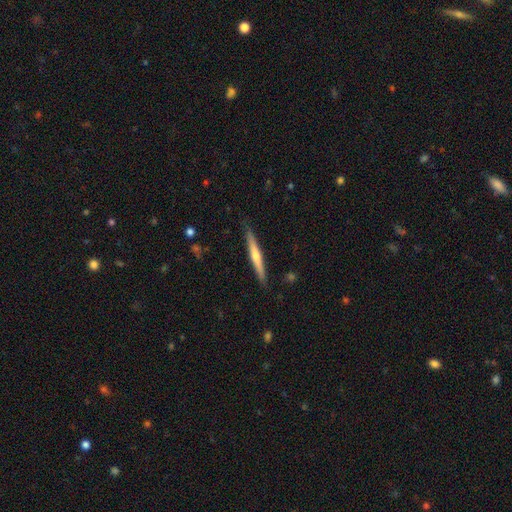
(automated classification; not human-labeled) A featured or disk galaxy (53%) viewed edge-on (97%) with a rounded central bulge (71%). Merging: none (88%).